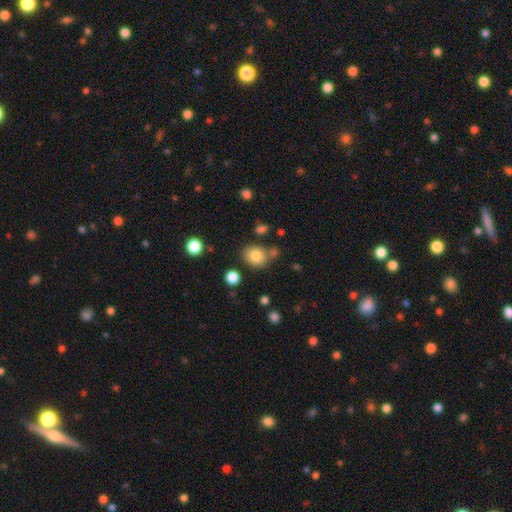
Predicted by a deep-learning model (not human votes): Overall: smooth (82%). How rounded: round (60%; in between 39%). Merging: none (70%).